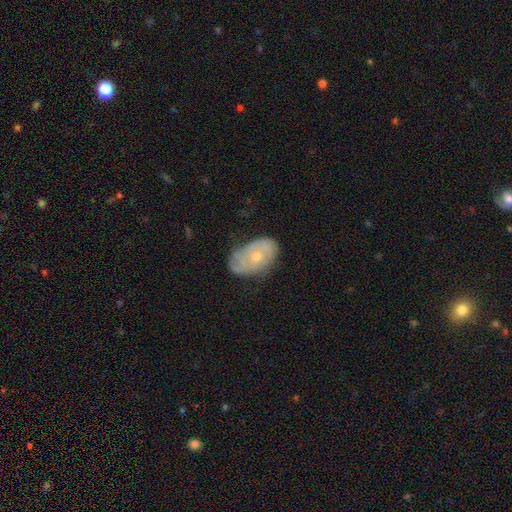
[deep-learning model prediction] Overall: featured or disk (53%; smooth 40%). Edge-on disk: no (94%). Merging: none (61%; minor disturbance 29%).